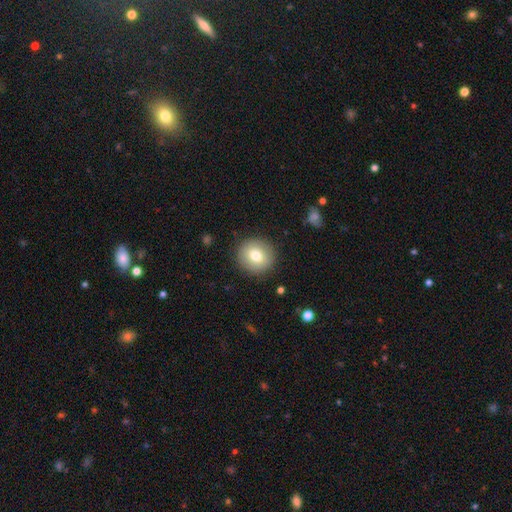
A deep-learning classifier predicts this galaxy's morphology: This appears to be a smooth galaxy with no disk features (74%) that is round (91%). Merging: none (89%).